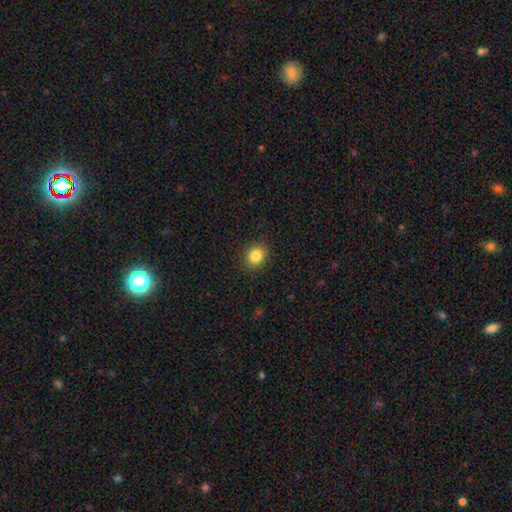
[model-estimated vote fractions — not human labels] This appears to be a smooth galaxy with no disk features (84%) that is round (77%). Merging: none (90%).